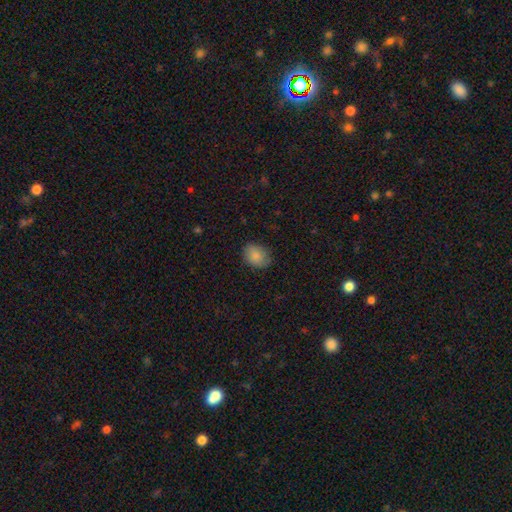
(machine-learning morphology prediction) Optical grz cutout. It shows a smooth galaxy with no disk features (86%) that is in between round and cigar-shaped (59%). Merging: none (81%).